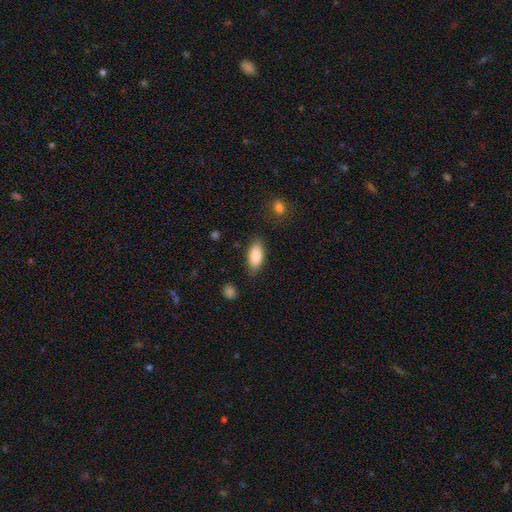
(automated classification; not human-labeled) This appears to be a smooth galaxy with no disk features (85%) that is in between round and cigar-shaped (86%). Merging: none (84%).